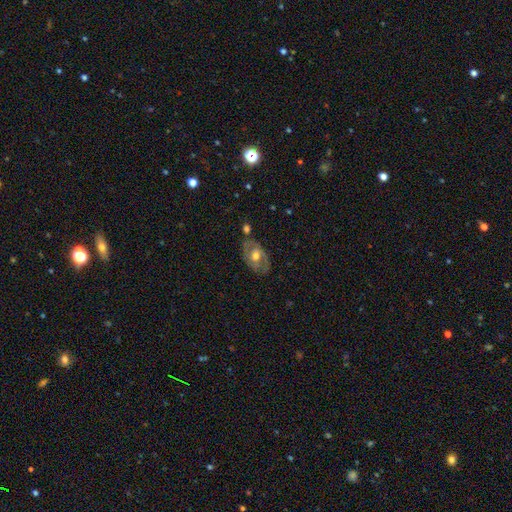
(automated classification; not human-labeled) A featured or disk galaxy (67%) with no bar (61%), spiral arms (64%) and a moderate central bulge (73%).

Vote fractions:
- Smooth or featured? featured or disk: 67% / smooth: 27% / star or artifact: 6%
- Edge-on disk? no: 93% / yes: 7%
- Bar? no: 61% / weak: 30% / strong: 9%
- Spiral arms? yes: 64% / no: 36%
- Bulge size? moderate: 73% / large: 13% / small: 12% / none: 1% / dominant: 1%
- Merging? none: 73% / minor disturbance: 18% / major disturbance: 6% / merger: 4%